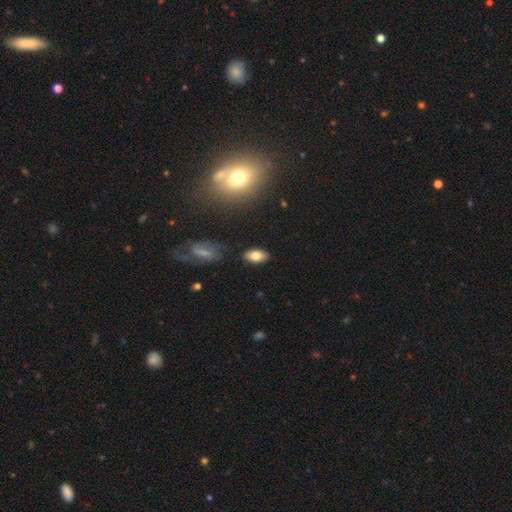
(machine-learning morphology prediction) A smooth galaxy with no disk features (77%) that is in between round and cigar-shaped (92%).

Vote fractions:
- Smooth or featured? smooth: 77% / featured or disk: 14% / star or artifact: 9%
- How rounded? in between: 92% / cigar-shaped: 4% / round: 4%
- Merging? none: 85% / minor disturbance: 11% / major disturbance: 2% / merger: 2%